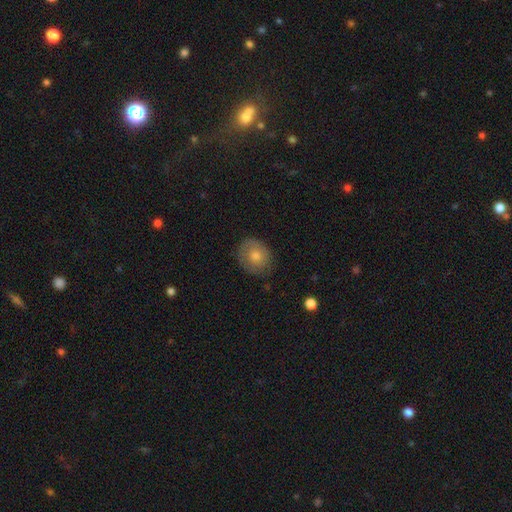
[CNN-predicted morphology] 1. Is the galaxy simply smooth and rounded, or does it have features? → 55% smooth, 36% featured or disk, 9% star or artifact.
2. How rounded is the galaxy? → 70% round, 29% in between, 1% cigar-shaped.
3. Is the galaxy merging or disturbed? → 78% none, 16% minor disturbance, 4% major disturbance, 1% merger.